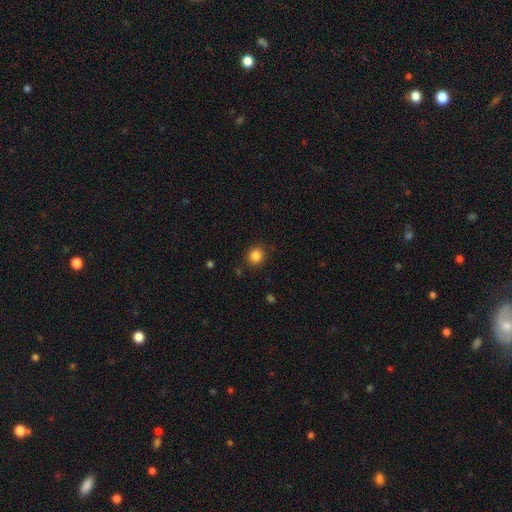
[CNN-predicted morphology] smooth 85%, star or artifact 11%, featured or disk 4%. Down the decision tree: how rounded — round (82%); merging — none (88%).